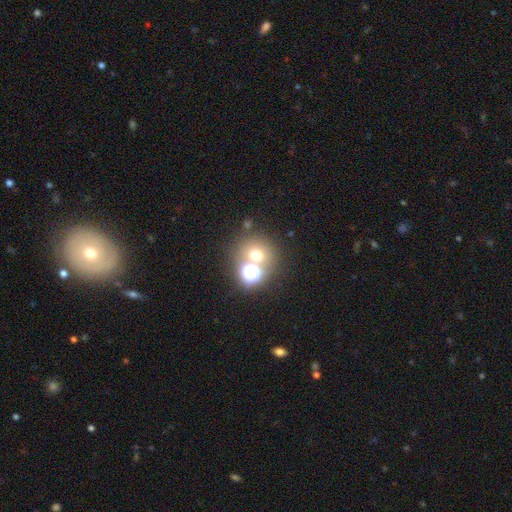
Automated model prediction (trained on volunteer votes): Morphology: type=smooth (60%); roundness=round (84%); merging=none (60%).